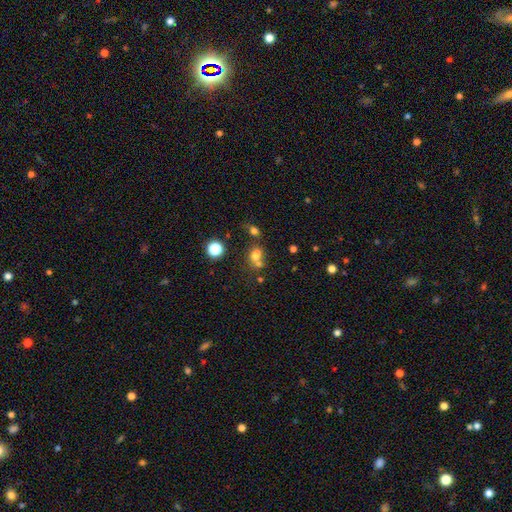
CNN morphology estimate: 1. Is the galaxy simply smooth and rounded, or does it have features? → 67% smooth, 21% star or artifact, 13% featured or disk.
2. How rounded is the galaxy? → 51% round, 47% in between, 2% cigar-shaped.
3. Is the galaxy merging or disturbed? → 45% merger, 38% none, 11% minor disturbance, 6% major disturbance.